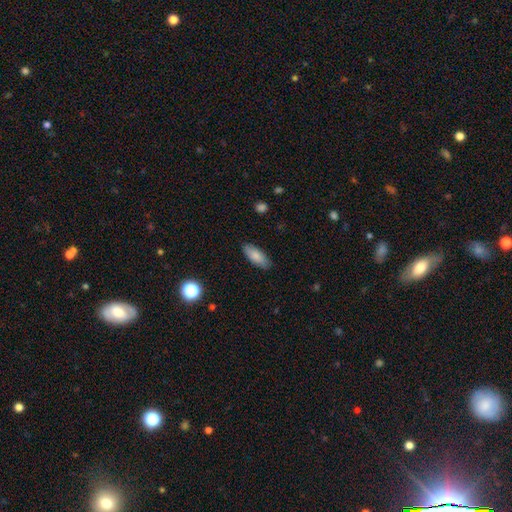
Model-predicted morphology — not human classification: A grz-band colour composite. It shows a smooth galaxy with no disk features (84%) that is in between round and cigar-shaped (78%). Merging: none (87%).